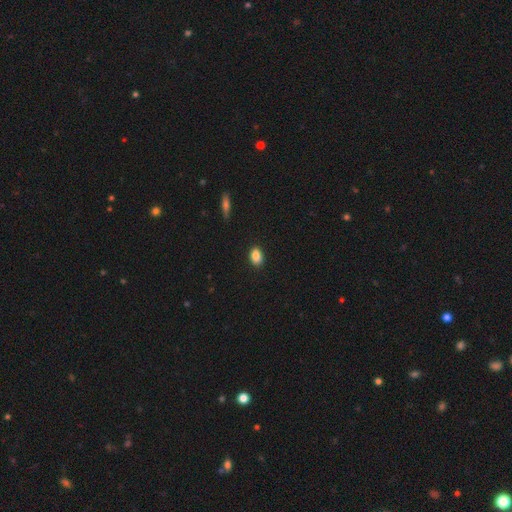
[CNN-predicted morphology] smooth 87%, star or artifact 8%, featured or disk 5%. Down the decision tree: how rounded — in between (77%); merging — none (89%).